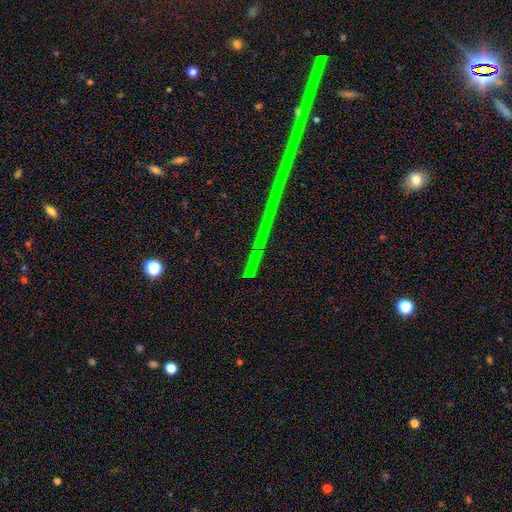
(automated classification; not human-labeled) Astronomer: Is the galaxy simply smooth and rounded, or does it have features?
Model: star or artifact — 82%.